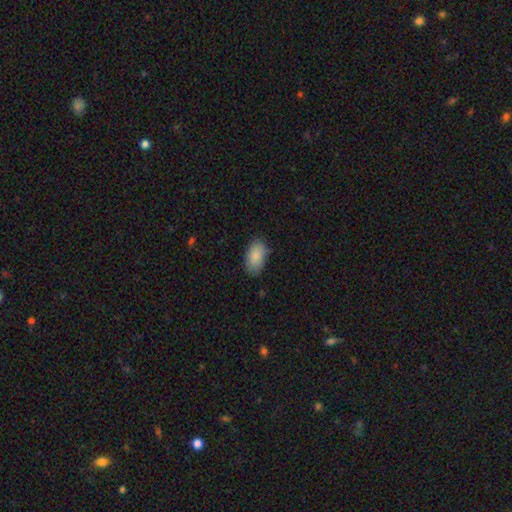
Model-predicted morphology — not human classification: A smooth galaxy with no disk features (87%) that is in between round and cigar-shaped (94%).

Vote fractions:
- Smooth or featured? smooth: 87% / star or artifact: 7% / featured or disk: 6%
- How rounded? in between: 94% / round: 4% / cigar-shaped: 2%
- Merging? none: 79% / minor disturbance: 17% / major disturbance: 3% / merger: 1%